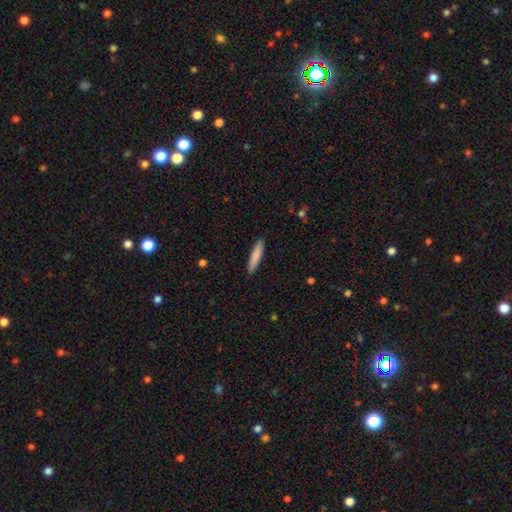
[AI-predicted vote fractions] This is clearly a smooth galaxy (84%). How rounded: clearly cigar-shaped (86%). Merging: clearly none (90%).